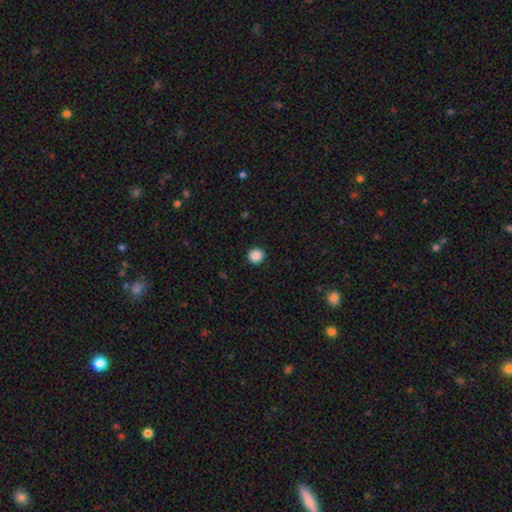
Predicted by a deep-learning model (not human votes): Q: Smooth or featured?
A: smooth (88%); runner-up: star or artifact (10%)
Q: How rounded?
A: round (95%); runner-up: in between (4%)
Q: Merging?
A: none (93%); runner-up: minor disturbance (5%)